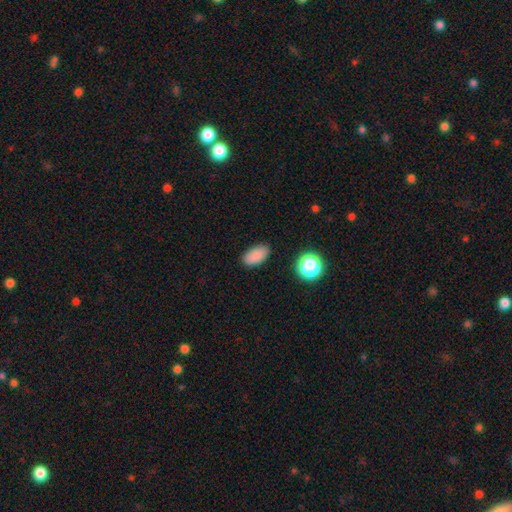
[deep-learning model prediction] smooth-or-featured: smooth: 85% | star or artifact: 11% | featured or disk: 5%
  how-rounded: in between: 91% | round: 5% | cigar-shaped: 3%
  merging: none: 86% | minor disturbance: 10% | major disturbance: 3% | merger: 1%